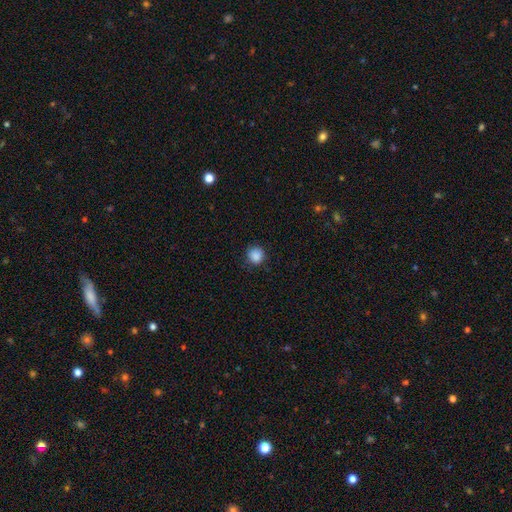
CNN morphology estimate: smooth_or_featured: smooth (p=0.87) [alt: star or artifact p=0.10]
how_rounded: round (p=0.91) [alt: in between p=0.08]
merging: none (p=0.84) [alt: minor disturbance p=0.12]